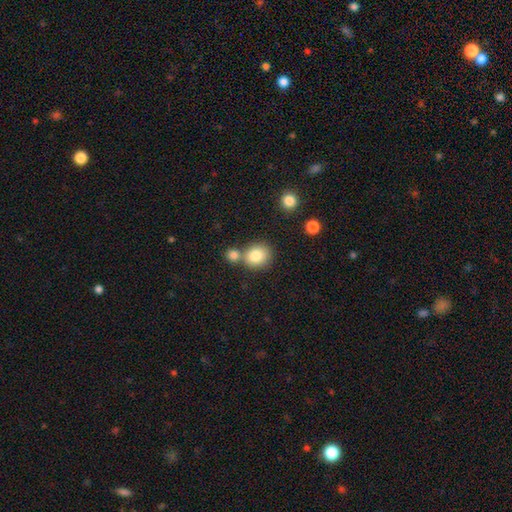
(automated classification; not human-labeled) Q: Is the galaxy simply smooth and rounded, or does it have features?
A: smooth — 83%.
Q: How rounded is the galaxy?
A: round — 75%.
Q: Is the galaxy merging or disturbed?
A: none — 56%.